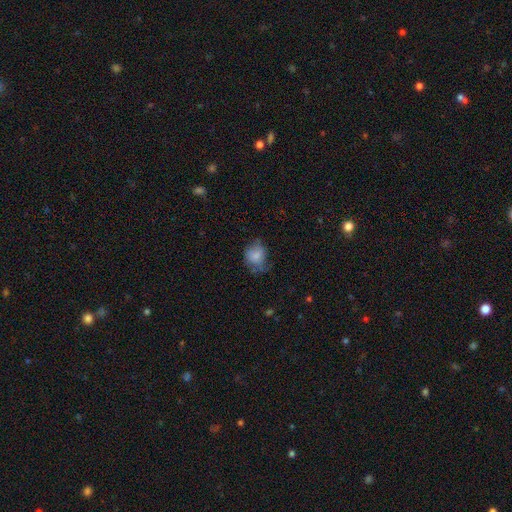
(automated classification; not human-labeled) Overall: smooth (78%). How rounded: round (58%; in between 41%). Merging: none (46%; minor disturbance 34%).